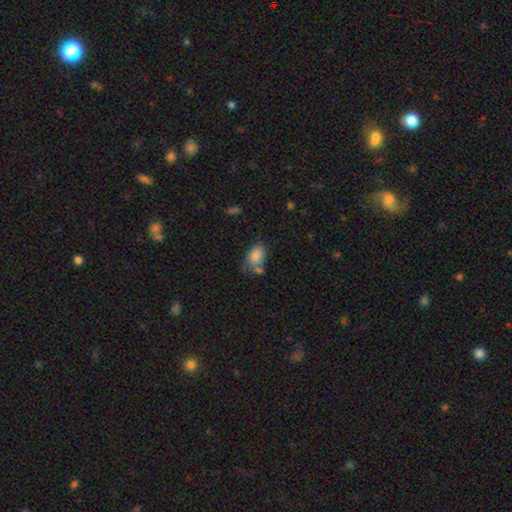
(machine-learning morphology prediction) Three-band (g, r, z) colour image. It shows a smooth galaxy with no disk features (82%) that is in between round and cigar-shaped (90%). Merging: none (51%).